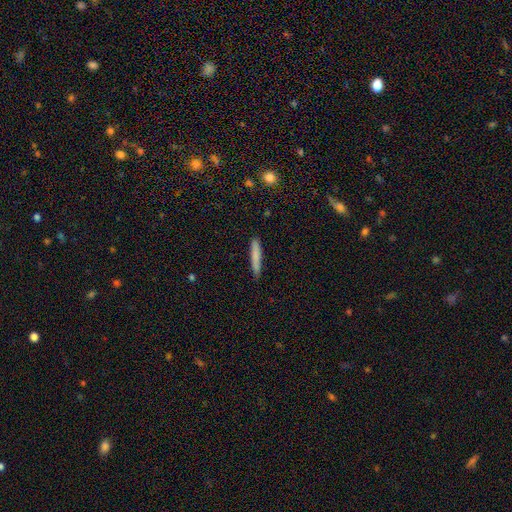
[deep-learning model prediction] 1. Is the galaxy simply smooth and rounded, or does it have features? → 81% smooth, 13% featured or disk, 6% star or artifact.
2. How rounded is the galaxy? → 93% cigar-shaped, 6% in between, 1% round.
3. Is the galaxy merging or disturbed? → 86% none, 11% minor disturbance, 2% major disturbance, 1% merger.